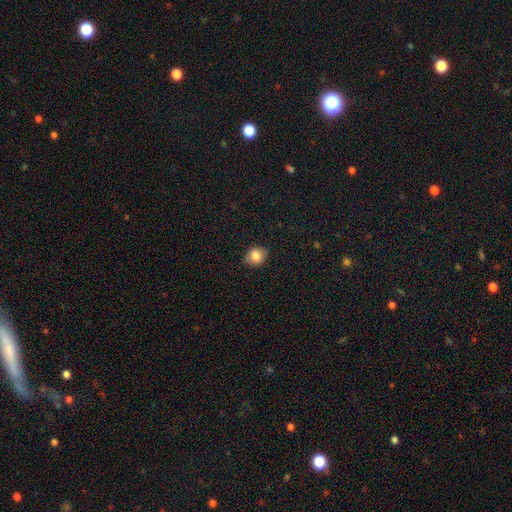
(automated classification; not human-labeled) A smooth galaxy with no disk features (80%) that is round (57%).

Vote fractions:
- Smooth or featured? smooth: 80% / featured or disk: 10% / star or artifact: 10%
- How rounded? round: 57% / in between: 42% / cigar-shaped: 1%
- Merging? none: 82% / minor disturbance: 14% / major disturbance: 3% / merger: 1%